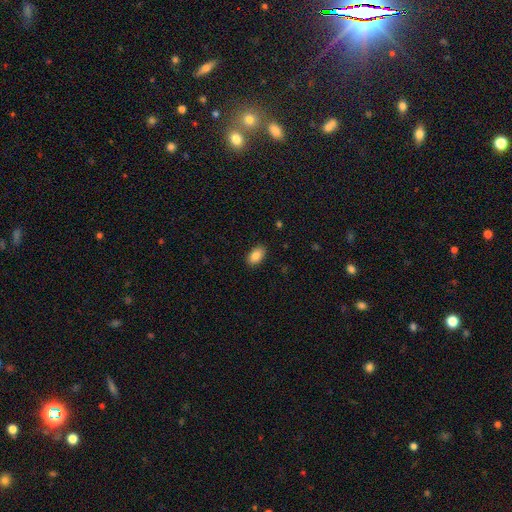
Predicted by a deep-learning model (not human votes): This is clearly a smooth galaxy (86%). How rounded: clearly in between (91%). Merging: clearly none (89%).